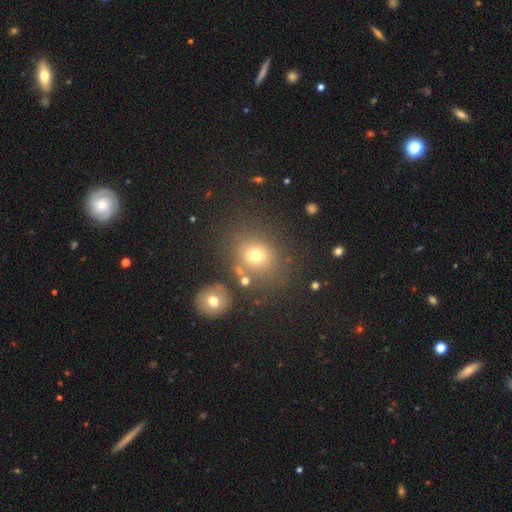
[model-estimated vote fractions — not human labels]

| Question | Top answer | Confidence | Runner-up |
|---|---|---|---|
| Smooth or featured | smooth | 71% | star or artifact (18%) |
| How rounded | round | 70% | in between (28%) |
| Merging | none | 71% | minor disturbance (12%) |